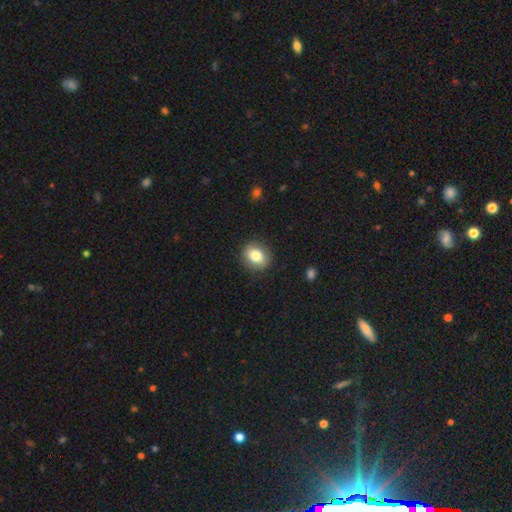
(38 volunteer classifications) Smooth or featured? smooth (84%)
How rounded? round (75%)
Merging? none (97%)